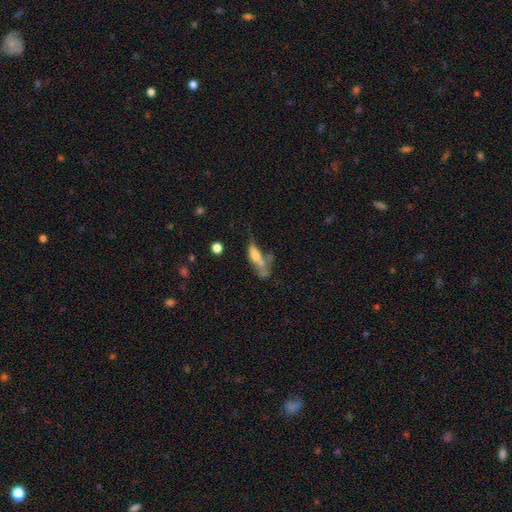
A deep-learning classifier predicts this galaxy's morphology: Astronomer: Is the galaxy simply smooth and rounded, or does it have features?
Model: smooth — 54% (runner-up: featured or disk, 35%).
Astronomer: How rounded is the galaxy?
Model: in between — 56% (runner-up: cigar-shaped, 39%).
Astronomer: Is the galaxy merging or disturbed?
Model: merger — 38% (runner-up: major disturbance, 25%).